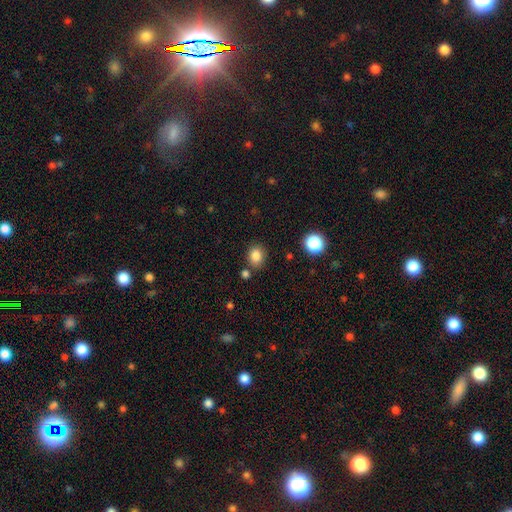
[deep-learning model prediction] Smooth or featured? smooth (83%)
How rounded? round (58%)
Merging? none (79%)